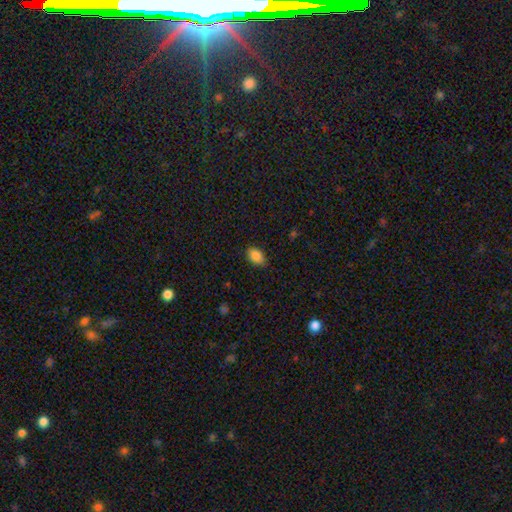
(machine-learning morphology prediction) Q: Smooth or featured?
A: smooth (87%); runner-up: star or artifact (8%)
Q: How rounded?
A: in between (85%); runner-up: round (13%)
Q: Merging?
A: none (83%); runner-up: minor disturbance (13%)